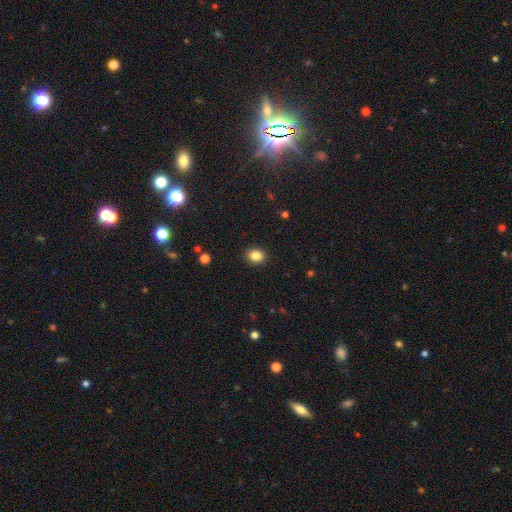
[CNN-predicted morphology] This is clearly a smooth galaxy (85%). How rounded: possibly round (54%). Merging: clearly none (91%).